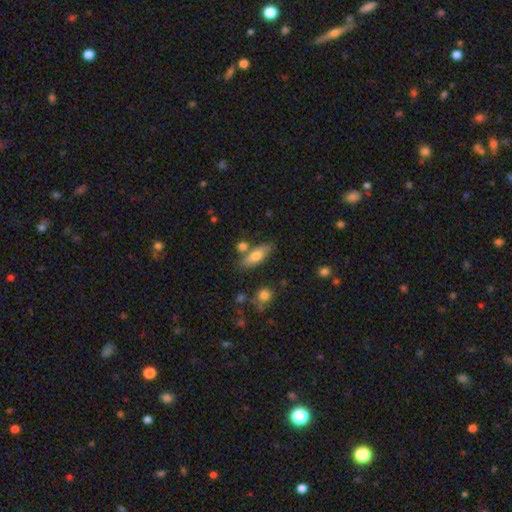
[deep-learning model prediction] Smooth or featured? Predicted: smooth (p=0.73). How rounded? Predicted: in between (p=0.61). Merging? Predicted: none (p=0.69).